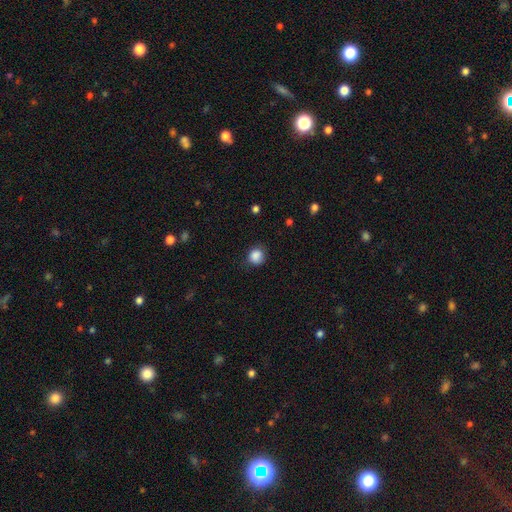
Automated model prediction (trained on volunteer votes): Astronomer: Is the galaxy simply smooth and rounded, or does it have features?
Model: smooth — 87%.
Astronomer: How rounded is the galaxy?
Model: round — 82%.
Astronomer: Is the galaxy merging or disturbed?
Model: none — 75%.